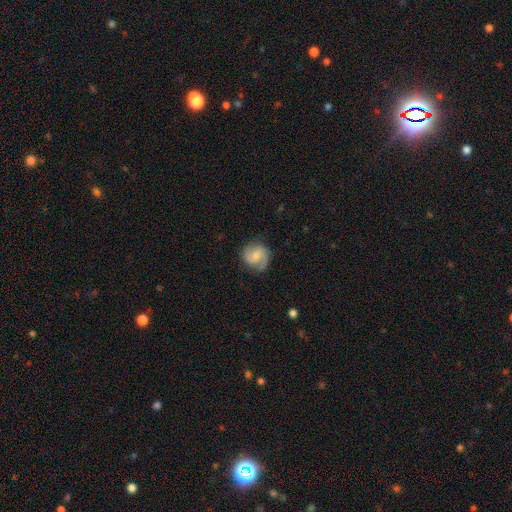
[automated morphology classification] This appears to be a featured or disk galaxy (73%) with a weak bar (48%), 2 (82%) medium (50%) spiral arms (95%) and a small central bulge (54%). Merging: none (75%).